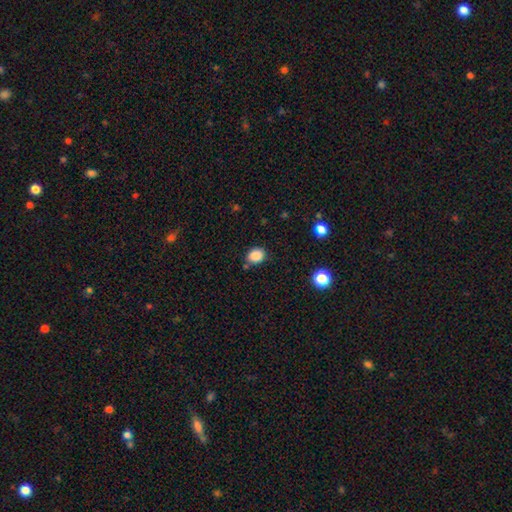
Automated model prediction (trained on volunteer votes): A smooth galaxy with no disk features (86%) that is round (57%).

Vote fractions:
- Smooth or featured? smooth: 86% / star or artifact: 10% / featured or disk: 3%
- How rounded? round: 57% / in between: 42% / cigar-shaped: 1%
- Merging? none: 77% / minor disturbance: 14% / merger: 5% / major disturbance: 3%